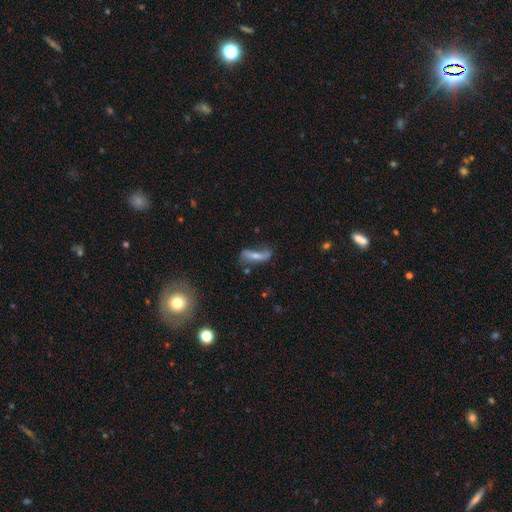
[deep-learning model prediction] Q: Smooth or featured?
A: featured or disk (46%); runner-up: smooth (45%)
Q: Merging?
A: none (45%); runner-up: minor disturbance (27%)